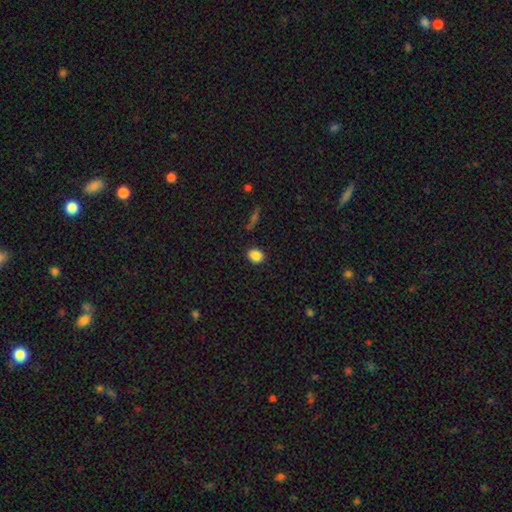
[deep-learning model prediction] Smooth or featured? Predicted: smooth (p=0.87). How rounded? Predicted: round (p=0.54). Merging? Predicted: none (p=0.88).